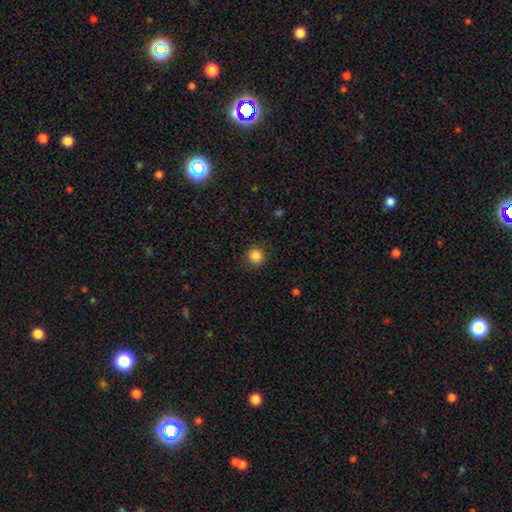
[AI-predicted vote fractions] Overall: smooth (86%). How rounded: round (89%). Merging: none (87%).